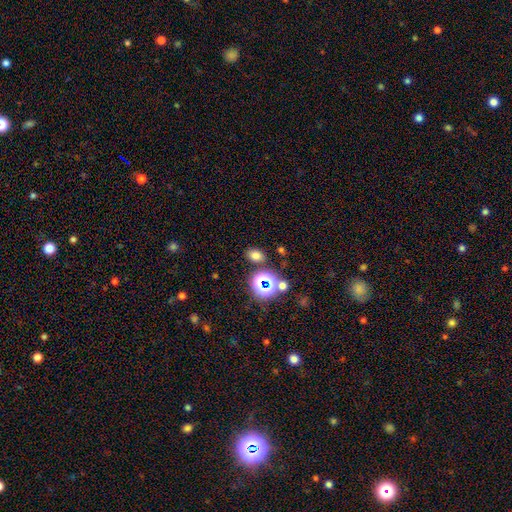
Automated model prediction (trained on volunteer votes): smooth 69%, star or artifact 24%, featured or disk 7%. Down the decision tree: how rounded — in between (65%); merging — none (80%).